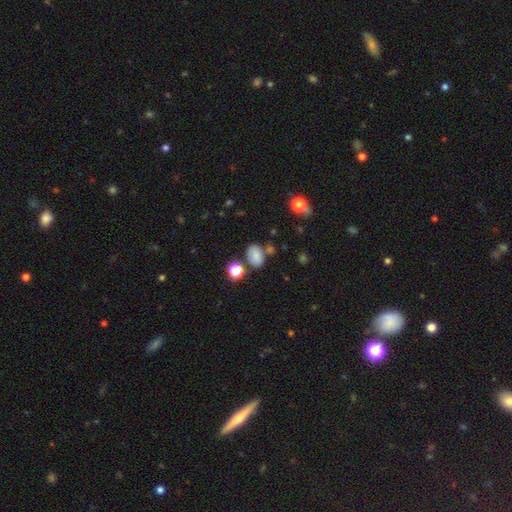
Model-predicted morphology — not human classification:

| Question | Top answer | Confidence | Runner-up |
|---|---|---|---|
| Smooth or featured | smooth | 77% | star or artifact (13%) |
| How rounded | in between | 75% | round (23%) |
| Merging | none | 66% | minor disturbance (17%) |